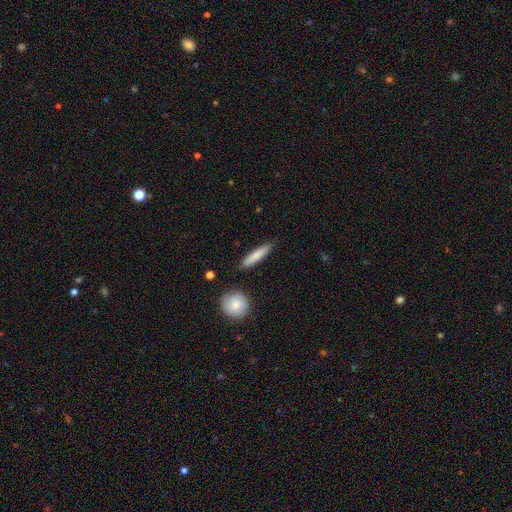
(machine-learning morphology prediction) Smooth or featured? Predicted: smooth (p=0.78). How rounded? Predicted: cigar-shaped (p=0.86). Merging? Predicted: none (p=0.87).